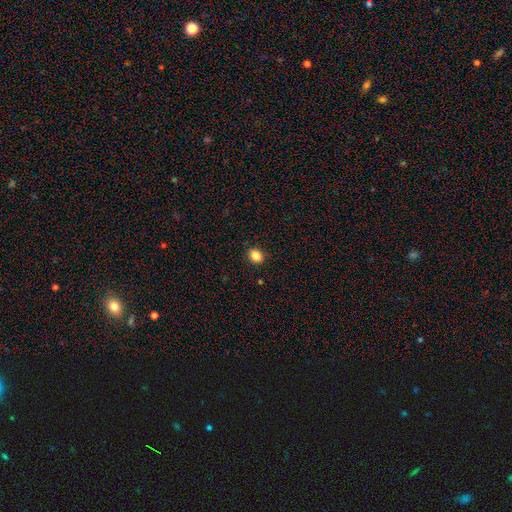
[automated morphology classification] A smooth galaxy with no disk features (85%) that is in between round and cigar-shaped (50%). Merging: none (89%).